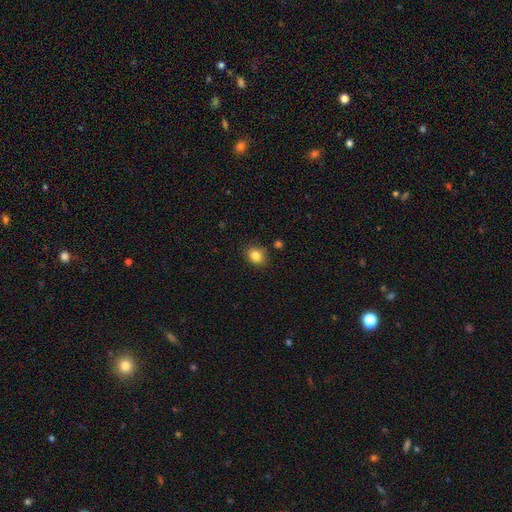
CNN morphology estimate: Q: Smooth or featured?
A: smooth (83%); runner-up: star or artifact (10%)
Q: How rounded?
A: in between (51%); runner-up: round (48%)
Q: Merging?
A: none (81%); runner-up: minor disturbance (13%)